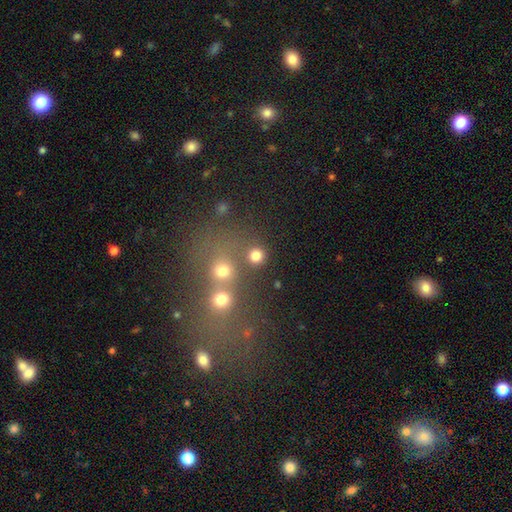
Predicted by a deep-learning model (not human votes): Smooth or featured? Predicted: smooth (p=0.80). How rounded? Predicted: round (p=0.91). Merging? Predicted: none (p=0.71).